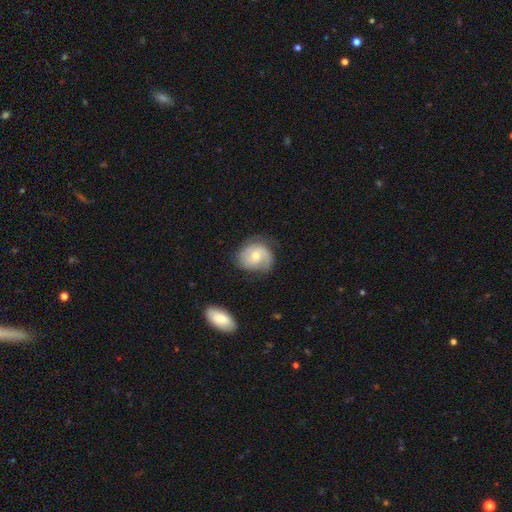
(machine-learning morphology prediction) Smooth or featured?
  - featured or disk: 63% *
  - smooth: 30%
  - star or artifact: 7%
Edge-on disk?
  - no: 98% *
  - yes: 2%
Bar?
  - no: 66% *
  - weak: 30%
  - strong: 4%
Spiral arms?
  - yes: 90% *
  - no: 10%
Spiral winding?
  - tight: 44% *
  - medium: 39%
  - loose: 17%
Spiral arm count?
  - 2: 50% *
  - can't tell: 22%
  - 3: 12%
  - 1: 11%
  - 4: 3%
  - more than 4: 2%
Bulge size?
  - moderate: 51% *
  - small: 44%
  - large: 2%
  - none: 2%
  - dominant: 1%
Merging?
  - none: 67% *
  - minor disturbance: 23%
  - major disturbance: 8%
  - merger: 2%